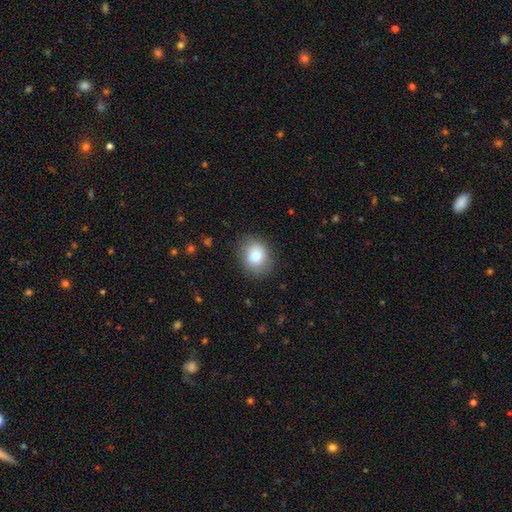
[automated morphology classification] Smooth or featured?
  - smooth: 82% *
  - featured or disk: 9%
  - star or artifact: 9%
How rounded?
  - round: 59% *
  - in between: 40%
  - cigar-shaped: 1%
Merging?
  - none: 84% *
  - minor disturbance: 11%
  - major disturbance: 3%
  - merger: 1%